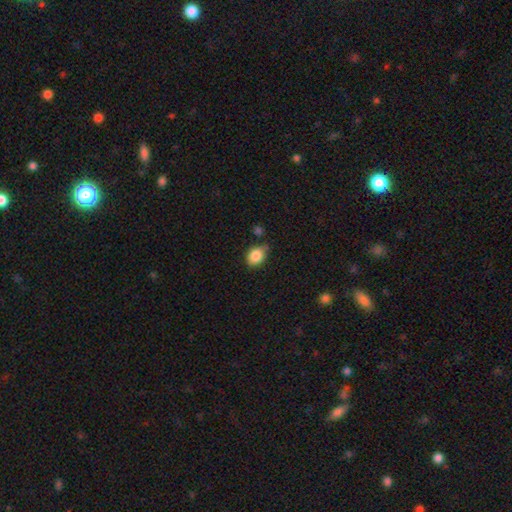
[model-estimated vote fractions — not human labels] Q: Smooth or featured?
A: smooth (86%); runner-up: star or artifact (8%)
Q: How rounded?
A: in between (56%); runner-up: round (42%)
Q: Merging?
A: none (62%); runner-up: minor disturbance (27%)